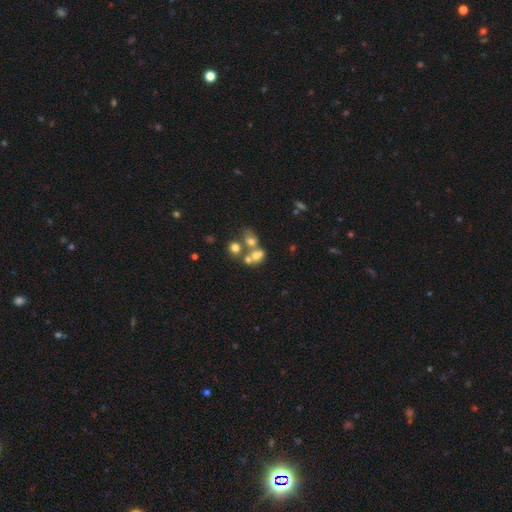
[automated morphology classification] Smooth or featured? Predicted: smooth (p=0.57). How rounded? Predicted: in between (p=0.56). Merging? Predicted: merger (p=0.52).